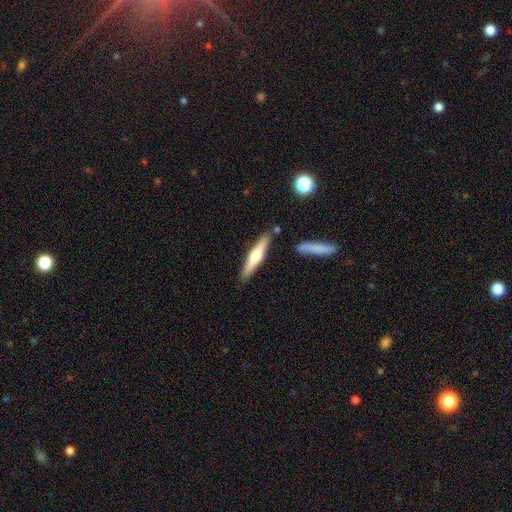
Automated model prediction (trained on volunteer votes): smooth_or_featured: featured or disk (p=0.51) [alt: smooth p=0.44]
disk_edge_on: yes (p=0.95) [alt: no p=0.05]
merging: none (p=0.85) [alt: minor disturbance p=0.09]